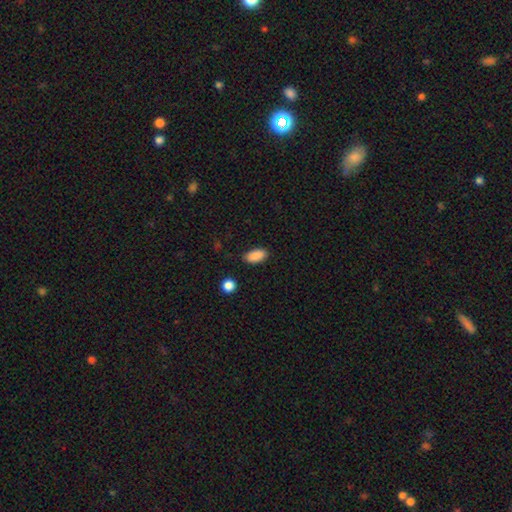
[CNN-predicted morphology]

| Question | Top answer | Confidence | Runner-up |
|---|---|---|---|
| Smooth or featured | smooth | 89% | star or artifact (8%) |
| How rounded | in between | 91% | cigar-shaped (6%) |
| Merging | none | 85% | minor disturbance (11%) |